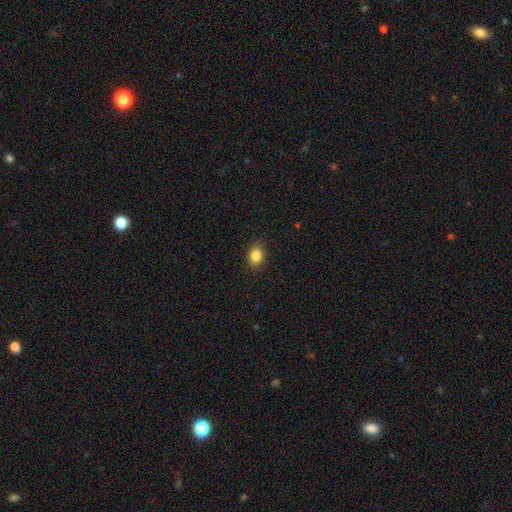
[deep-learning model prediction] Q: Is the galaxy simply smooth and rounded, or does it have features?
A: smooth — 85%.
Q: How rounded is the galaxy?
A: in between — 62%.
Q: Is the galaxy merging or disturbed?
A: none — 88%.